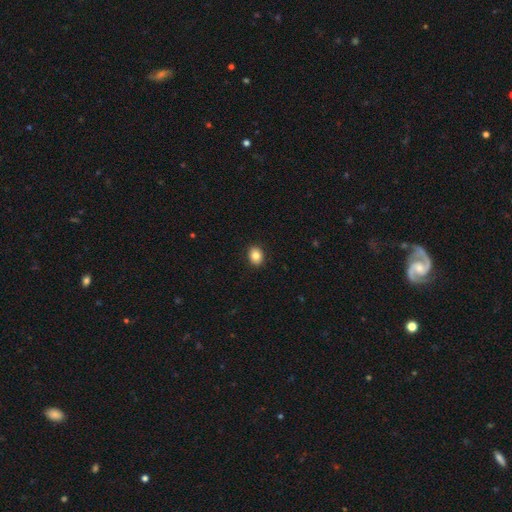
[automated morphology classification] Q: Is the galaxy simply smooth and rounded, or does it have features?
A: smooth — 85%.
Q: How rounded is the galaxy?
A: in between — 54%.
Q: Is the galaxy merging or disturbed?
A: none — 91%.